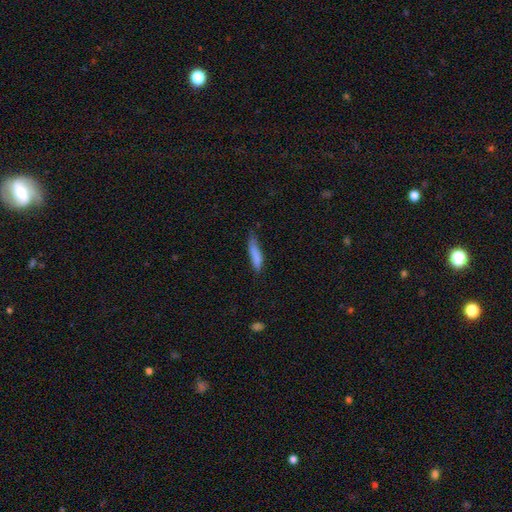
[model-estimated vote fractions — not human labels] Morphology: type=smooth (81%); roundness=cigar-shaped (76%); merging=none (50%).